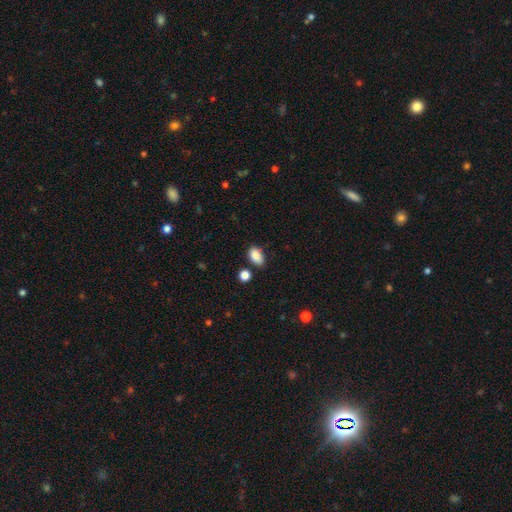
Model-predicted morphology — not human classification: A smooth galaxy with no disk features (88%) that is in between round and cigar-shaped (87%). Merging: none (73%).